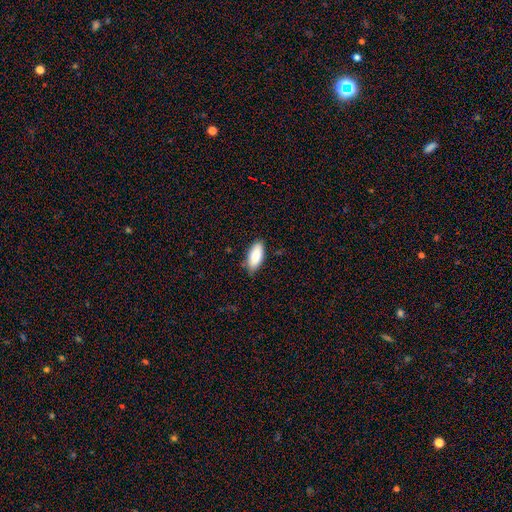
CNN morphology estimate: Q: Smooth or featured?
A: smooth (86%); runner-up: featured or disk (8%)
Q: How rounded?
A: in between (87%); runner-up: cigar-shaped (11%)
Q: Merging?
A: none (82%); runner-up: minor disturbance (15%)